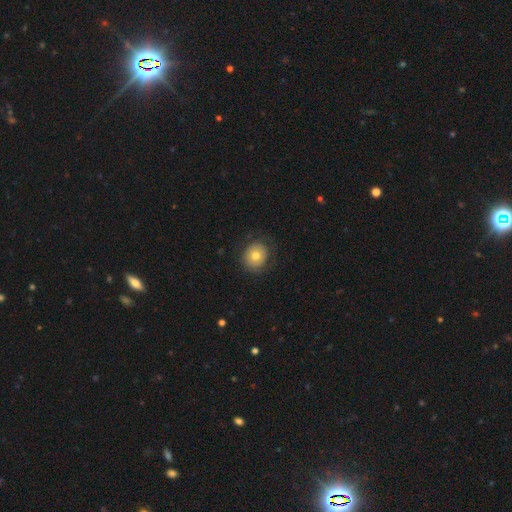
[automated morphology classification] Smooth or featured?
  - smooth: 70% *
  - featured or disk: 22%
  - star or artifact: 9%
How rounded?
  - round: 74% *
  - in between: 25%
  - cigar-shaped: 1%
Merging?
  - none: 77% *
  - minor disturbance: 15%
  - major disturbance: 7%
  - merger: 1%